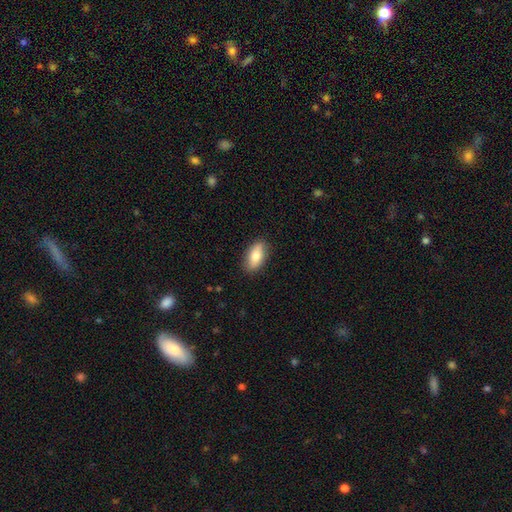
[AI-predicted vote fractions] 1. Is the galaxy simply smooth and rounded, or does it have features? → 78% smooth, 16% featured or disk, 6% star or artifact.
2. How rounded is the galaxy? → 87% in between, 9% cigar-shaped, 4% round.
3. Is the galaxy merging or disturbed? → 87% none, 10% minor disturbance, 2% major disturbance, 1% merger.